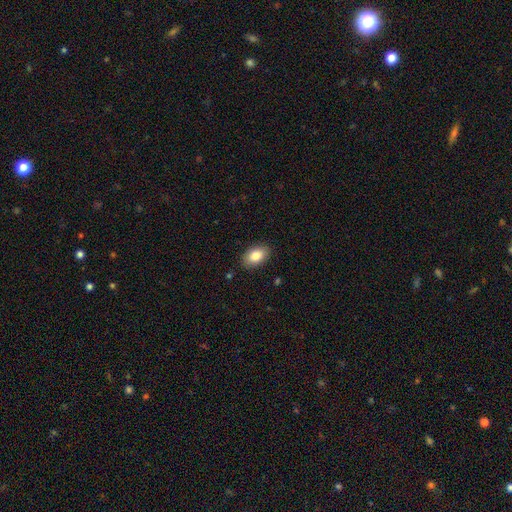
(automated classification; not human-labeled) smooth_or_featured: smooth (p=0.84) [alt: featured or disk p=0.09]
how_rounded: in between (p=0.90) [alt: round p=0.09]
merging: none (p=0.88) [alt: minor disturbance p=0.09]